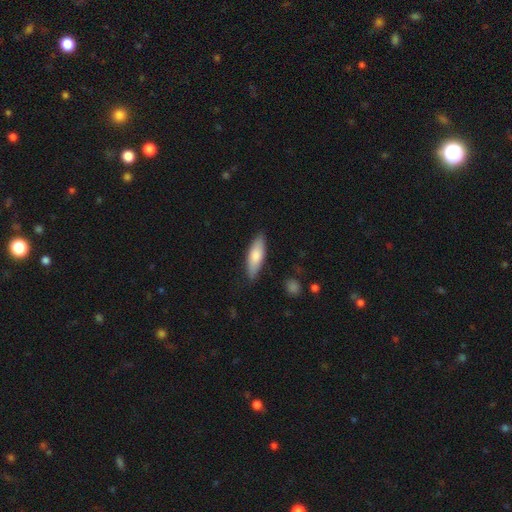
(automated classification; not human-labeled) smooth 77%, featured or disk 17%, star or artifact 5%. Down the decision tree: how rounded — in between (55%); merging — none (83%).